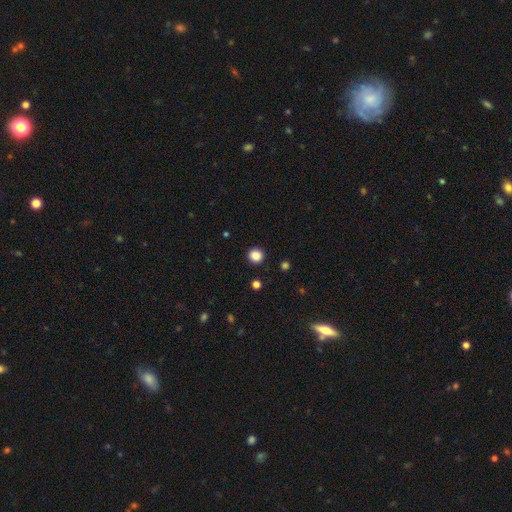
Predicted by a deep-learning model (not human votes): smooth-or-featured: smooth: 86% | star or artifact: 11% | featured or disk: 3%
  how-rounded: round: 93% | in between: 6% | cigar-shaped: 1%
  merging: none: 92% | minor disturbance: 5% | major disturbance: 2% | merger: 1%